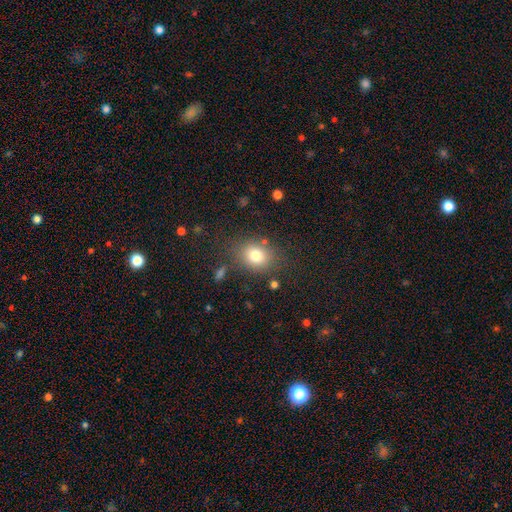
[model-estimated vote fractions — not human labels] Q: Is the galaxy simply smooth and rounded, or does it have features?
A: smooth — 78%.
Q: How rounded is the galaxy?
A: round — 56%.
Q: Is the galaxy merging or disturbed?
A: none — 79%.